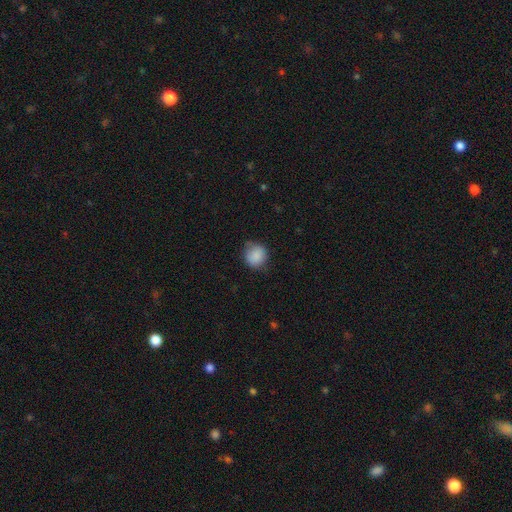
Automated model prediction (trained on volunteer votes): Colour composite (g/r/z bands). It shows a smooth galaxy with no disk features (87%) that is round (83%). Merging: none (72%).